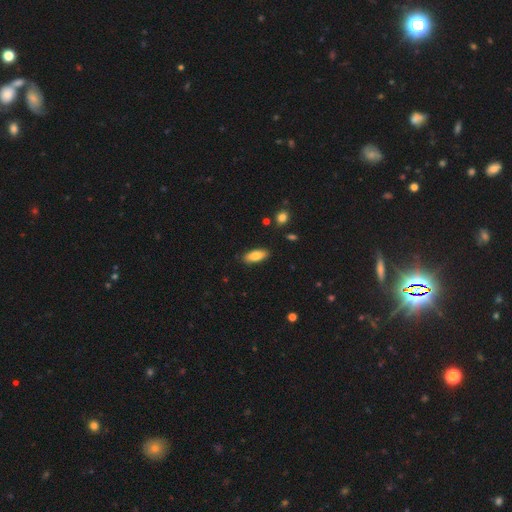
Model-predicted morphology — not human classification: Smooth or featured? smooth (81%)
How rounded? in between (79%)
Merging? none (87%)